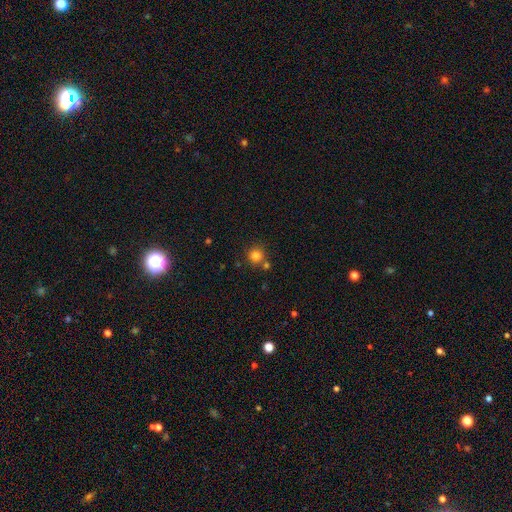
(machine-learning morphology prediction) This is clearly a smooth galaxy (82%). How rounded: clearly round (93%). Merging: likely none (73%).